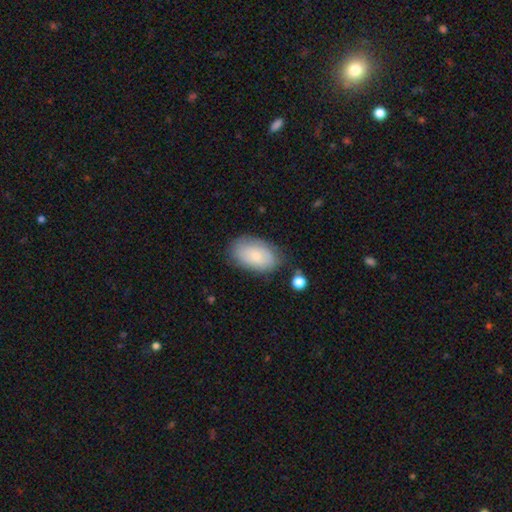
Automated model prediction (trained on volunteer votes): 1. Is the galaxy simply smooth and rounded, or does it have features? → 71% smooth, 22% featured or disk, 7% star or artifact.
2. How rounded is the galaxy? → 91% in between, 7% round, 1% cigar-shaped.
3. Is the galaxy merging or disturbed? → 72% none, 20% minor disturbance, 5% major disturbance, 2% merger.